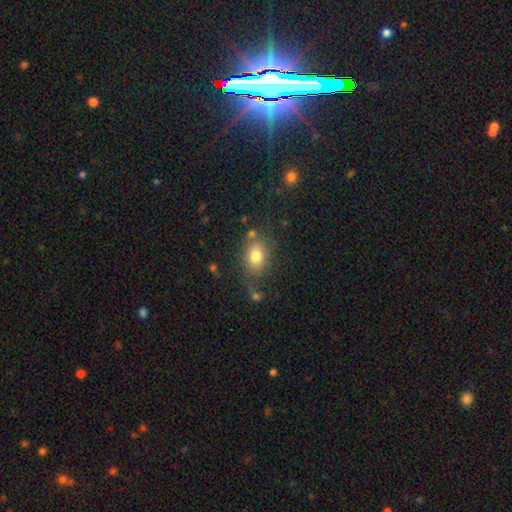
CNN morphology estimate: smooth-or-featured: smooth: 78% | featured or disk: 11% | star or artifact: 11%
  how-rounded: in between: 66% | round: 32% | cigar-shaped: 1%
  merging: none: 69% | minor disturbance: 17% | major disturbance: 7% | merger: 7%